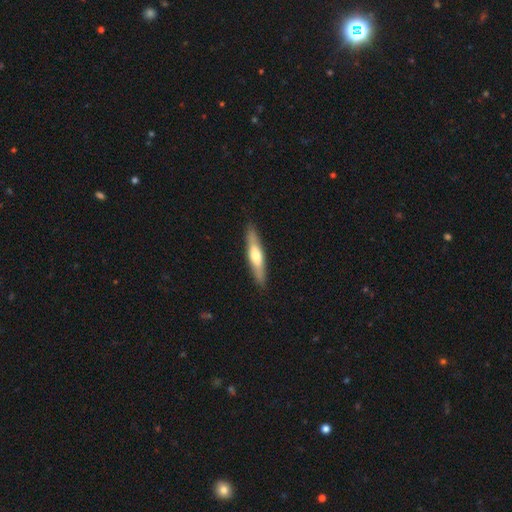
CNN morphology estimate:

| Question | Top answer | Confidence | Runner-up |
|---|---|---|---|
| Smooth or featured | featured or disk | 48% | smooth (47%) |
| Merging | none | 88% | minor disturbance (9%) |